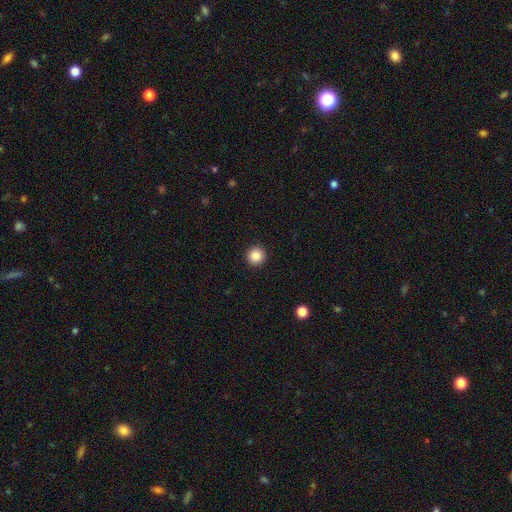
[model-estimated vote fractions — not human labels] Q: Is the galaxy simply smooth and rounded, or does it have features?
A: smooth — 86%.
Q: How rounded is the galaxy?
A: round — 96%.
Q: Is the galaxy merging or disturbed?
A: none — 93%.